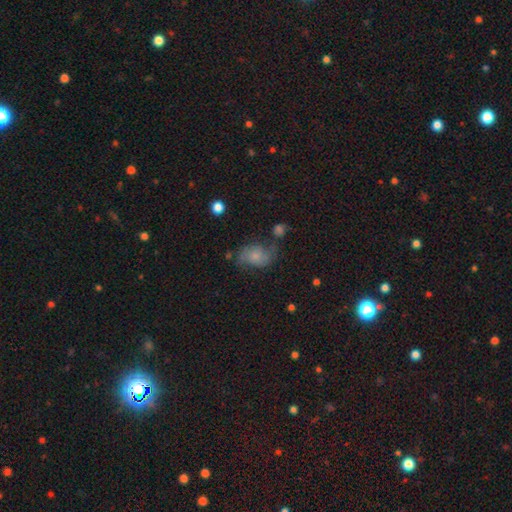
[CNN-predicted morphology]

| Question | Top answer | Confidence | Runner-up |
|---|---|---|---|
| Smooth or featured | featured or disk | 46% | smooth (43%) |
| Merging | none | 47% | minor disturbance (26%) |